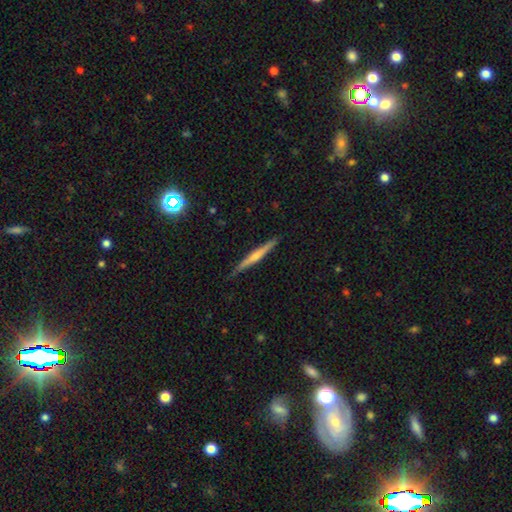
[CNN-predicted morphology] This appears to be a featured or disk galaxy (52%) viewed edge-on (97%) with a rounded central bulge (51%). Merging: none (86%).